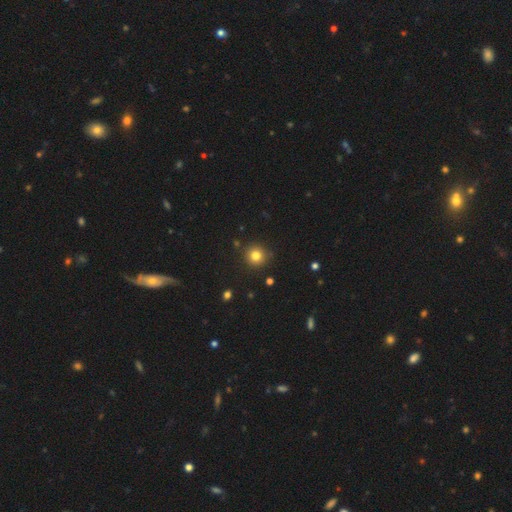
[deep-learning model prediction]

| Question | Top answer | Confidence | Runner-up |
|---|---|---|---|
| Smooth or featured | smooth | 80% | star or artifact (13%) |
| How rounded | round | 93% | in between (6%) |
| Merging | none | 89% | minor disturbance (7%) |